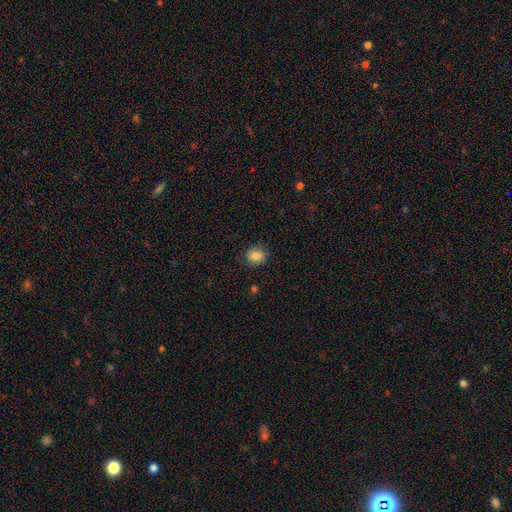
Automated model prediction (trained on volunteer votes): smooth-or-featured: smooth: 81% | featured or disk: 9% | star or artifact: 9%
  how-rounded: round: 58% | in between: 41% | cigar-shaped: 1%
  merging: none: 77% | minor disturbance: 17% | major disturbance: 5% | merger: 1%